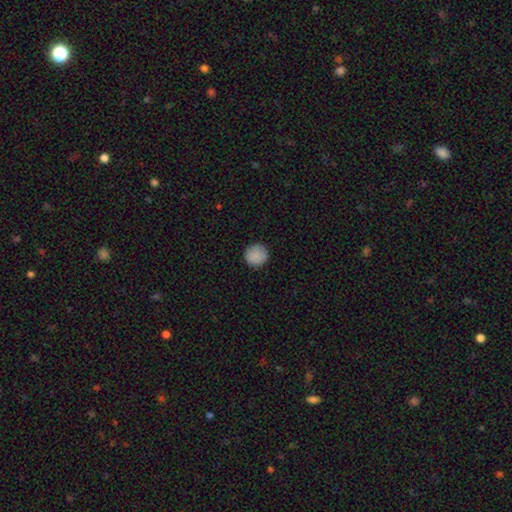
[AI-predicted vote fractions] Smooth or featured? smooth (88%)
How rounded? round (95%)
Merging? none (90%)